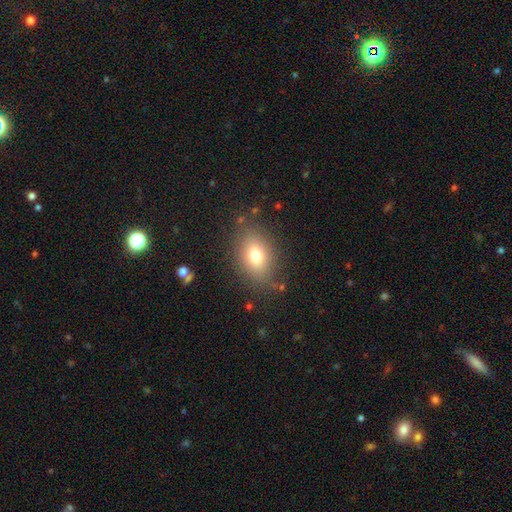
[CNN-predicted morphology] This is likely a smooth galaxy (74%). How rounded: likely in between (75%). Merging: likely none (79%).